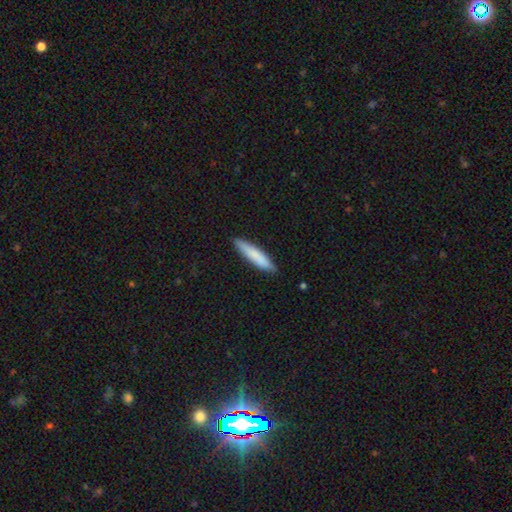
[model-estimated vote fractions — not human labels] Morphology: type=smooth (79%); roundness=cigar-shaped (86%); merging=none (88%).